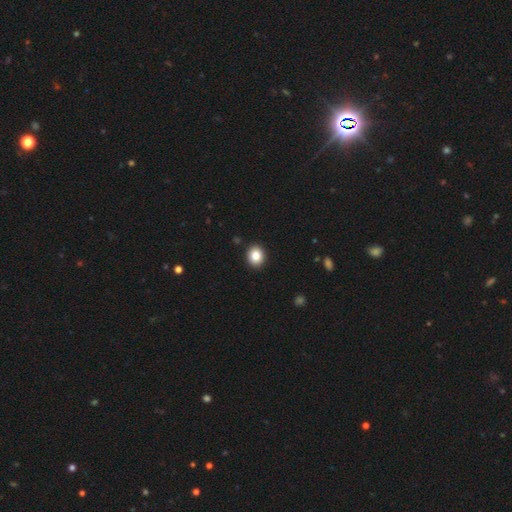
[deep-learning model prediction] A smooth galaxy with no disk features (85%) that is round (63%).

Vote fractions:
- Smooth or featured? smooth: 85% / star or artifact: 9% / featured or disk: 6%
- How rounded? round: 63% / in between: 36% / cigar-shaped: 1%
- Merging? none: 92% / minor disturbance: 6% / major disturbance: 2% / merger: 1%